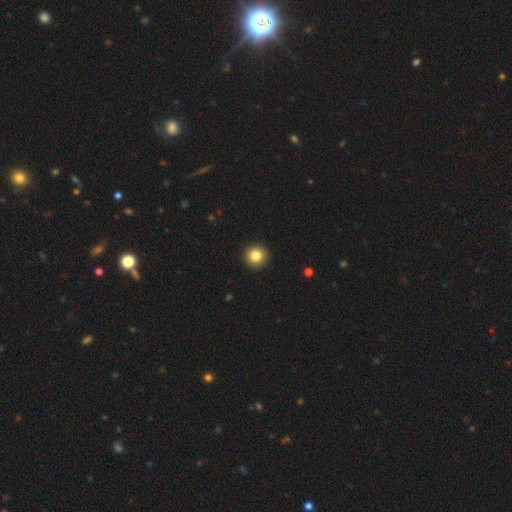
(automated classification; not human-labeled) smooth-or-featured: smooth: 84% | star or artifact: 10% | featured or disk: 7%
  how-rounded: round: 96% | in between: 3% | cigar-shaped: 1%
  merging: none: 93% | minor disturbance: 4% | major disturbance: 1% | merger: 1%